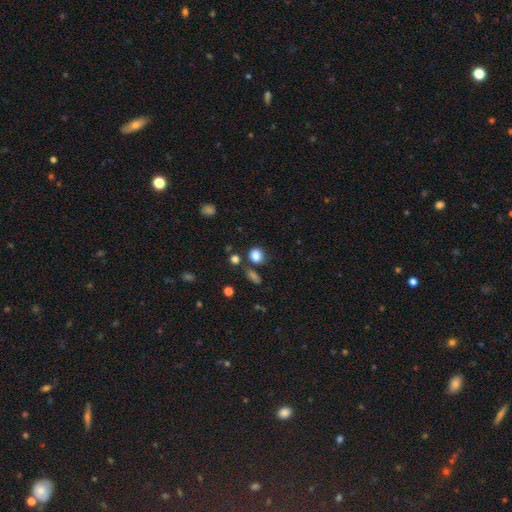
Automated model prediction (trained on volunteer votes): Overall: smooth (83%). How rounded: round (68%; in between 31%). Merging: none (72%).